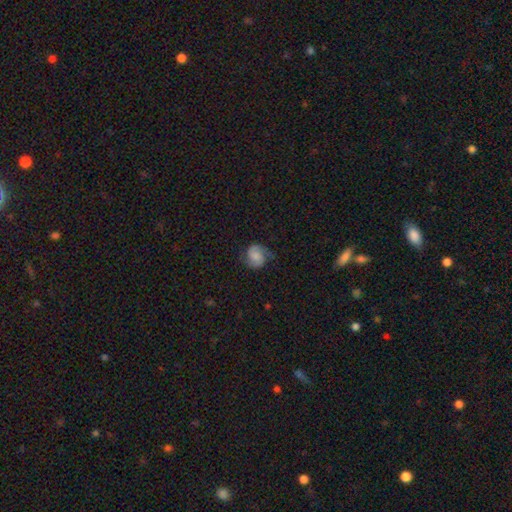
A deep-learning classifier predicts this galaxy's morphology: A featured or disk galaxy (61%) with no bar (64%), 2 (86%) medium (45%) spiral arms (94%) and a small central bulge (29%).

Vote fractions:
- Smooth or featured? featured or disk: 61% / smooth: 31% / star or artifact: 8%
- Edge-on disk? no: 98% / yes: 2%
- Bar? no: 64% / weak: 30% / strong: 6%
- Spiral arms? yes: 94% / no: 6%
- Spiral winding? medium: 45% / tight: 33% / loose: 22%
- Spiral arm count? 2: 86% / can't tell: 5% / 1: 5% / 3: 2% / 4: 1% / more than 4: 1%
- Bulge size? small: 29% / none: 28% / moderate: 28% / large: 12% / dominant: 3%
- Merging? none: 69% / minor disturbance: 21% / major disturbance: 9% / merger: 1%